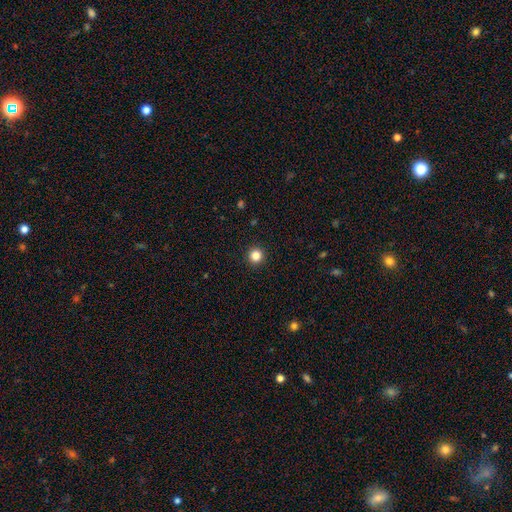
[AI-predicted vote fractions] Smooth or featured? smooth (84%)
How rounded? round (96%)
Merging? none (93%)